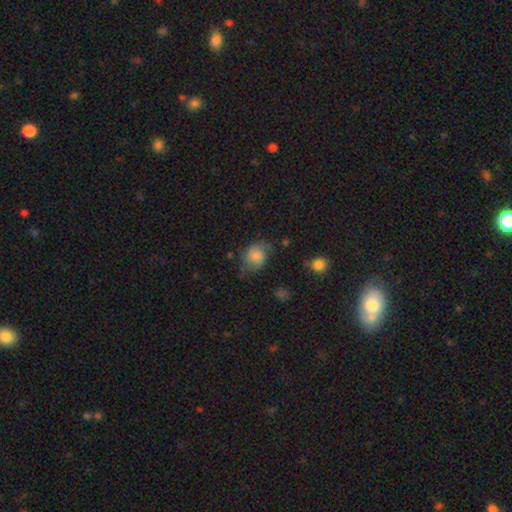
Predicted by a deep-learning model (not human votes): Smooth or featured? Predicted: smooth (p=0.72). How rounded? Predicted: in between (p=0.58). Merging? Predicted: none (p=0.54).